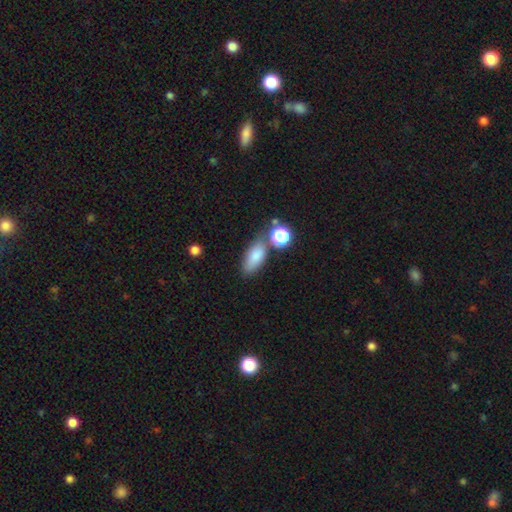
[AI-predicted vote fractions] Smooth or featured? smooth (80%)
How rounded? in between (81%)
Merging? none (62%)